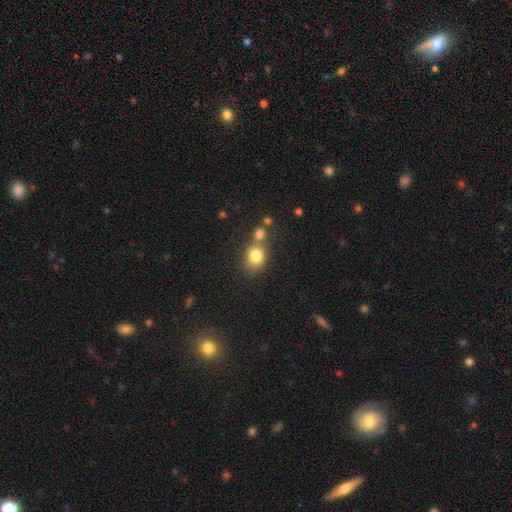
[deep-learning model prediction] Overall: smooth (81%). How rounded: round (61%; in between 38%). Merging: none (48%; merger 35%).